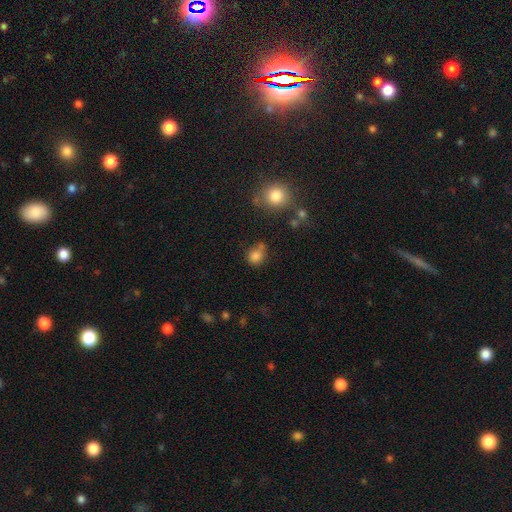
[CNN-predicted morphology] A smooth galaxy with no disk features (80%) that is round (72%). Merging: none (55%).